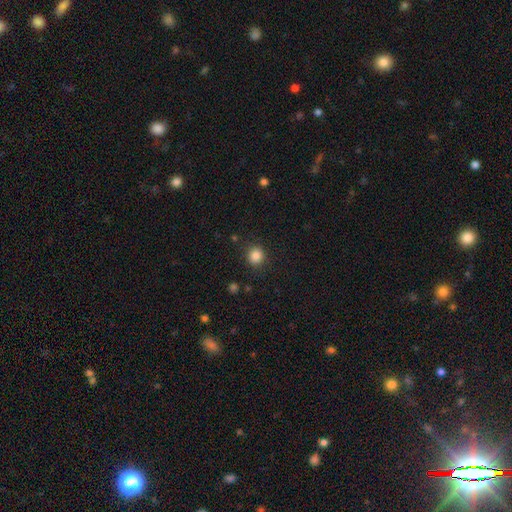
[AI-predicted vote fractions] Smooth or featured? Predicted: smooth (p=0.86). How rounded? Predicted: round (p=0.88). Merging? Predicted: none (p=0.88).